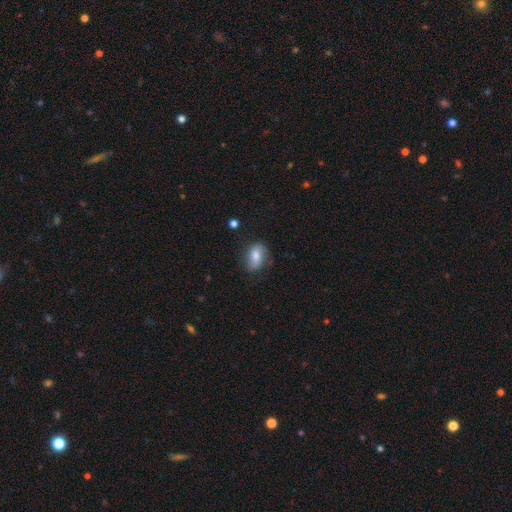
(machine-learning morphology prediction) smooth-or-featured: smooth: 68% | featured or disk: 23% | star or artifact: 8%
  how-rounded: in between: 82% | round: 15% | cigar-shaped: 3%
  merging: none: 68% | minor disturbance: 24% | major disturbance: 7% | merger: 2%